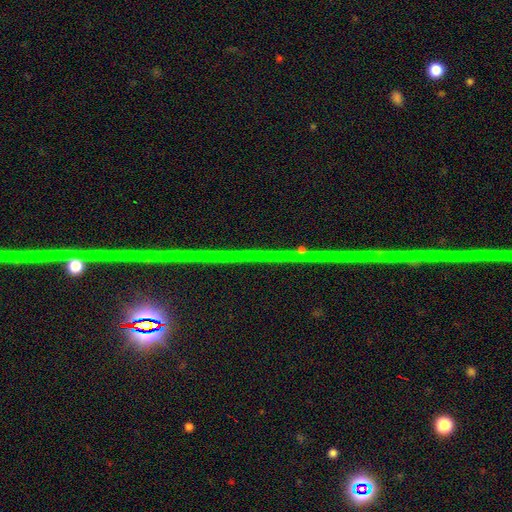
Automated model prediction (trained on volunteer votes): Morphology: type=star or artifact (86%).